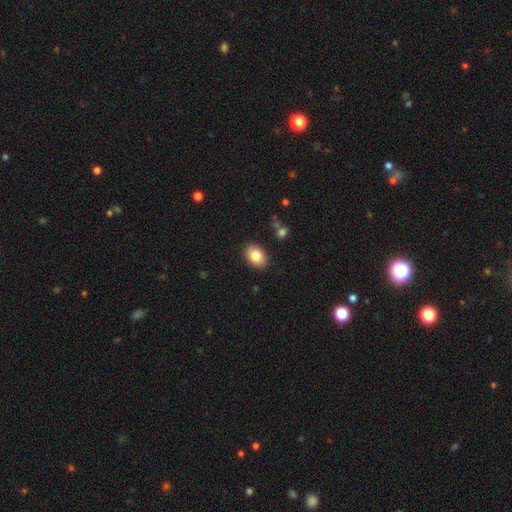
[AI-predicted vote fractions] This is clearly a smooth galaxy (83%). How rounded: clearly in between (81%). Merging: clearly none (88%).